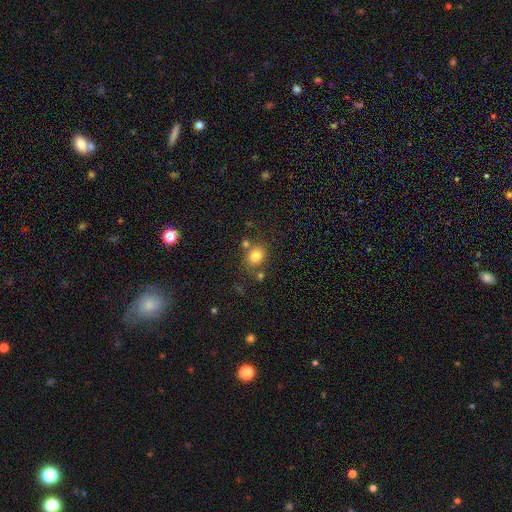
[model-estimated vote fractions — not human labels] This is clearly a smooth galaxy (81%). How rounded: possibly round (60%). Merging: likely none (69%).